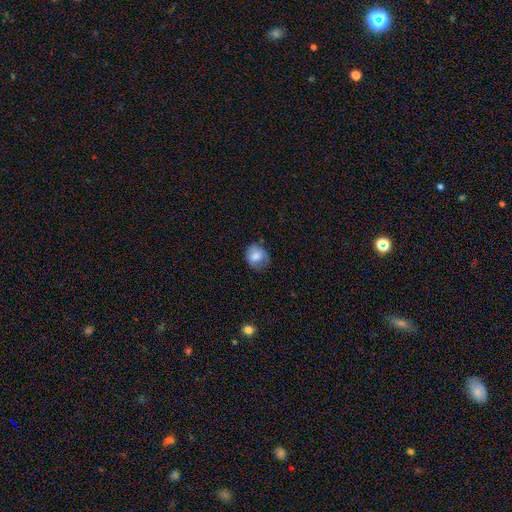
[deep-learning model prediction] smooth_or_featured: smooth (p=0.78) [alt: featured or disk p=0.14]
how_rounded: round (p=0.71) [alt: in between p=0.28]
merging: none (p=0.63) [alt: minor disturbance p=0.27]